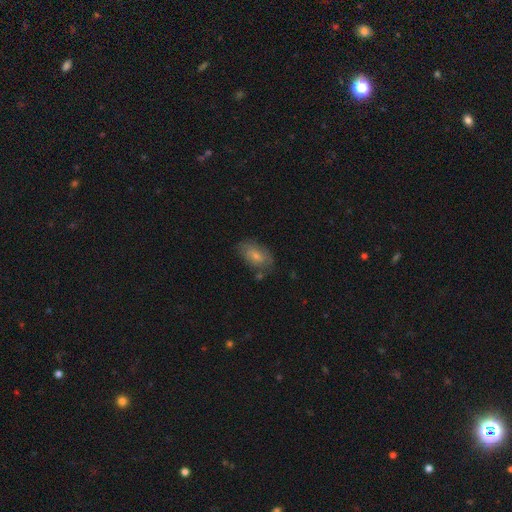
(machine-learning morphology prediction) Smooth or featured?
  - smooth: 66% *
  - featured or disk: 26%
  - star or artifact: 7%
How rounded?
  - in between: 90% *
  - round: 7%
  - cigar-shaped: 3%
Merging?
  - none: 65% *
  - minor disturbance: 24%
  - major disturbance: 7%
  - merger: 4%